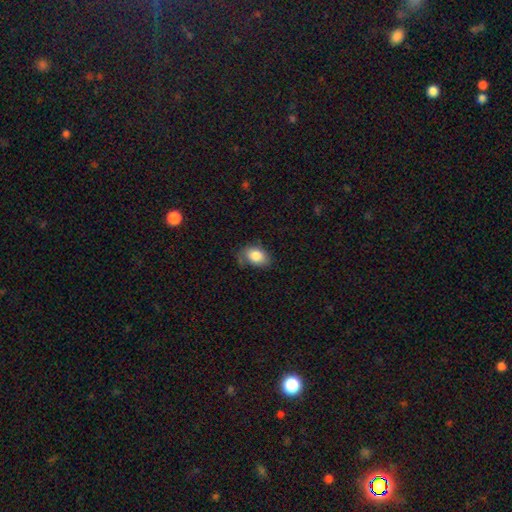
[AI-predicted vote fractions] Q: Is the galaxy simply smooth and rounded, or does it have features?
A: smooth — 83%.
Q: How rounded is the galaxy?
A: in between — 85%.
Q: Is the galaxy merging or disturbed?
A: none — 63%.